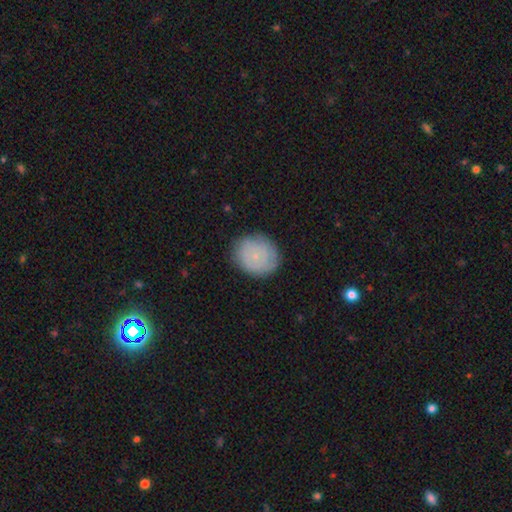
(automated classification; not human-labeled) This appears to be a smooth galaxy with no disk features (56%) that is round (76%). Merging: none (81%).